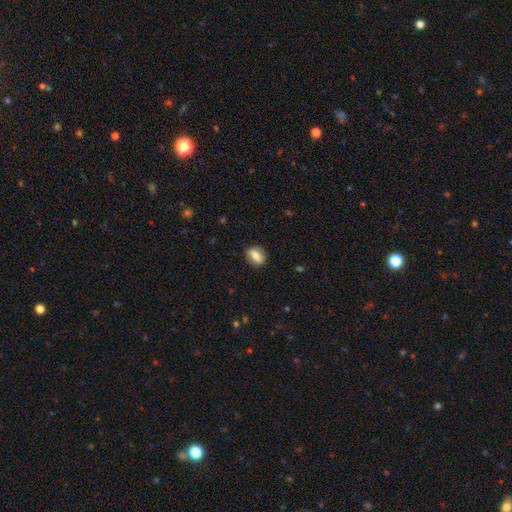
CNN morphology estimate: The model was most divided on "how rounded": in between: 65%, round: 30%, cigar-shaped: 5%. More confident: merging — none (86%); smooth or featured — smooth (67%).